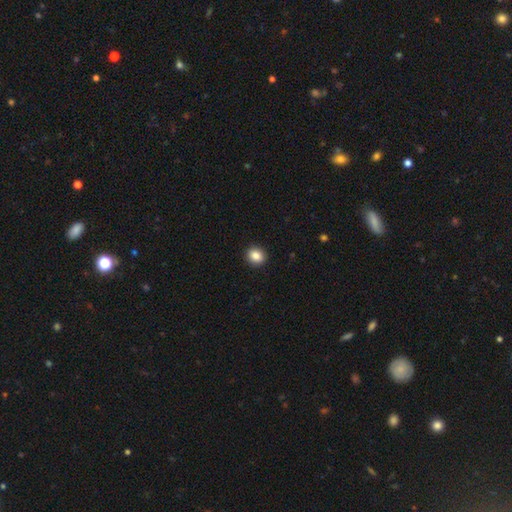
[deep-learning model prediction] Smooth or featured? smooth (87%)
How rounded? round (66%)
Merging? none (92%)